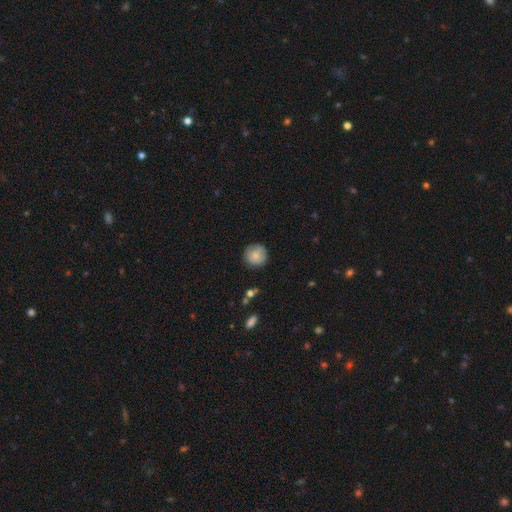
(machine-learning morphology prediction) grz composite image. It shows a smooth galaxy with no disk features (80%) that is round (94%). Merging: none (84%).